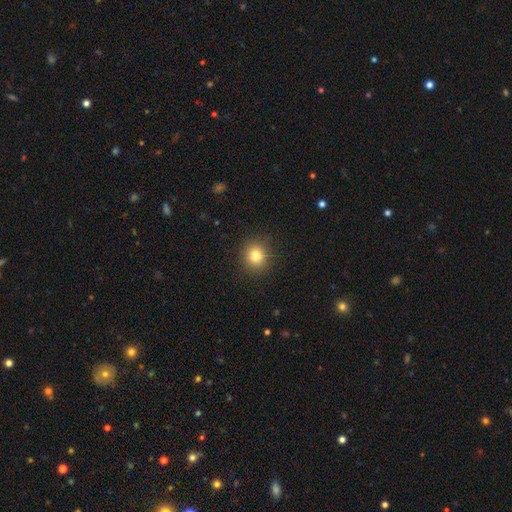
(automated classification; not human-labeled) Smooth or featured?
  - smooth: 82% *
  - star or artifact: 12%
  - featured or disk: 6%
How rounded?
  - round: 87% *
  - in between: 12%
  - cigar-shaped: 1%
Merging?
  - none: 90% *
  - minor disturbance: 6%
  - major disturbance: 2%
  - merger: 1%